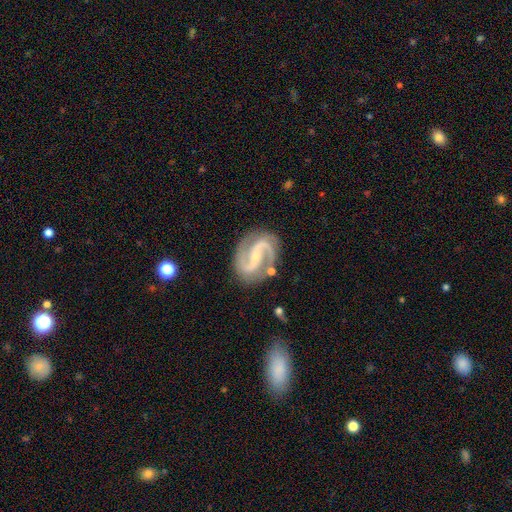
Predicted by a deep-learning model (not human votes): This is clearly a featured or disk galaxy (93%). It is clearly not viewed edge-on (98%). Bar: marginally strong (41%). Spiral arm pattern: clearly yes (98%). Spiral arm count: clearly 2 (94%). Spiral winding: possibly medium (59%). Central bulge: likely small (69%). Merging: likely none (80%).